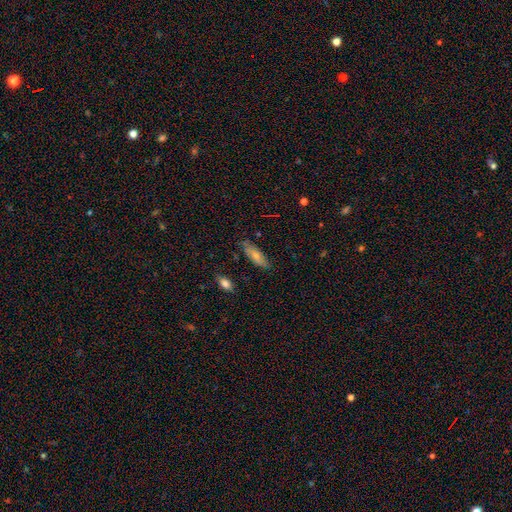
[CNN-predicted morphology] smooth_or_featured: smooth (p=0.70) [alt: featured or disk p=0.23]
how_rounded: in between (p=0.61) [alt: cigar-shaped p=0.37]
merging: none (p=0.77) [alt: minor disturbance p=0.17]